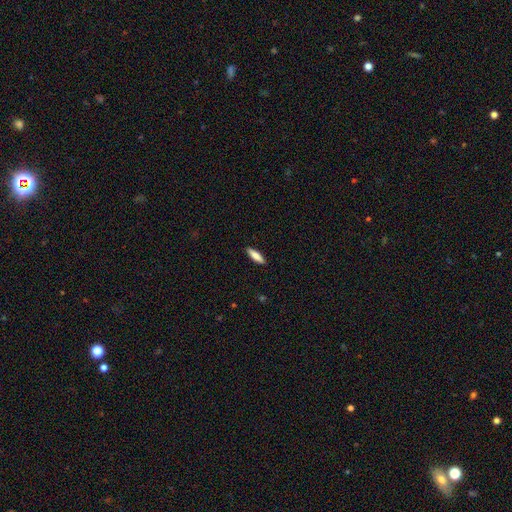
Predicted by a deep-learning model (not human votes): smooth 83%, featured or disk 12%, star or artifact 6%. Down the decision tree: how rounded — cigar-shaped (59%); merging — none (90%).